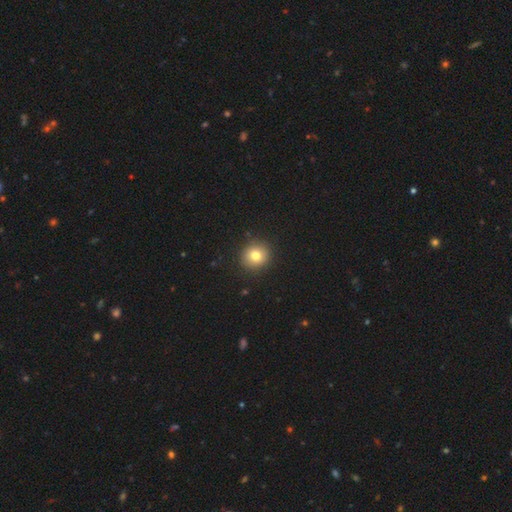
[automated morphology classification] The model was most divided on "smooth or featured": smooth: 79%, star or artifact: 12%, featured or disk: 10%. More confident: merging — none (91%); how rounded — round (90%).